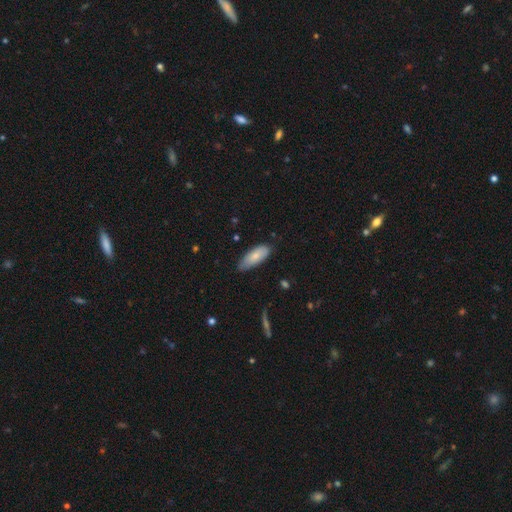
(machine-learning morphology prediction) smooth-or-featured: smooth: 78% | featured or disk: 16% | star or artifact: 6%
  how-rounded: in between: 76% | cigar-shaped: 22% | round: 2%
  merging: none: 67% | minor disturbance: 27% | major disturbance: 4% | merger: 2%